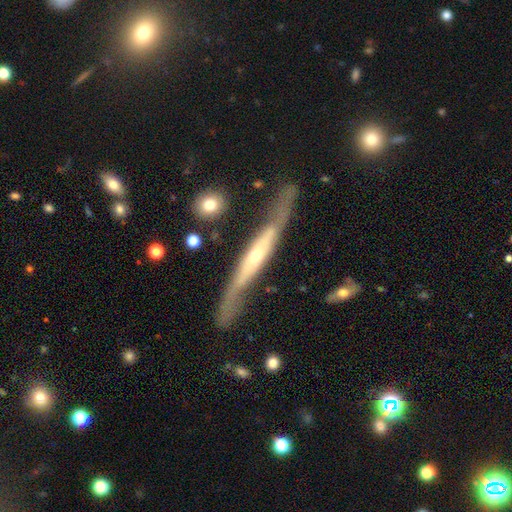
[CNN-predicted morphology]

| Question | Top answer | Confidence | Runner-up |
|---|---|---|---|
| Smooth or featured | featured or disk | 81% | smooth (14%) |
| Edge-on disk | yes | 77% | no (23%) |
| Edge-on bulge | rounded | 65% | none (25%) |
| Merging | none | 68% | minor disturbance (20%) |